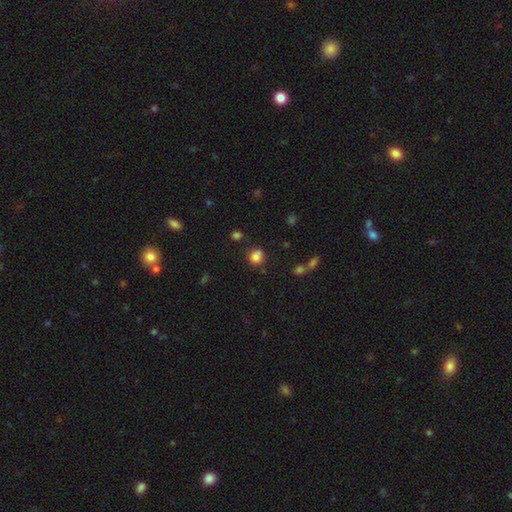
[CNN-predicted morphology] This is likely a smooth galaxy (79%). How rounded: clearly round (81%). Merging: possibly none (58%).